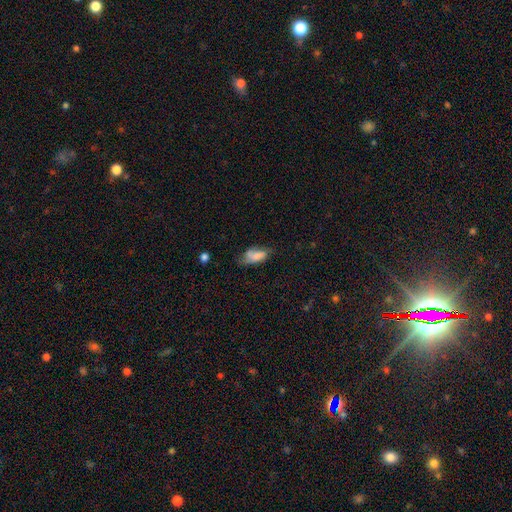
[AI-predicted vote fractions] This is likely a smooth galaxy (67%). How rounded: clearly in between (84%). Merging: marginally none (41%).